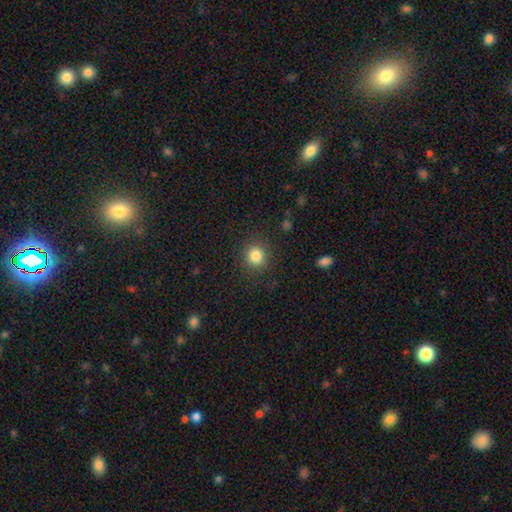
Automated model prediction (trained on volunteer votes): smooth-or-featured: smooth: 84% | star or artifact: 11% | featured or disk: 5%
  how-rounded: round: 89% | in between: 10% | cigar-shaped: 1%
  merging: none: 88% | minor disturbance: 8% | major disturbance: 3% | merger: 1%